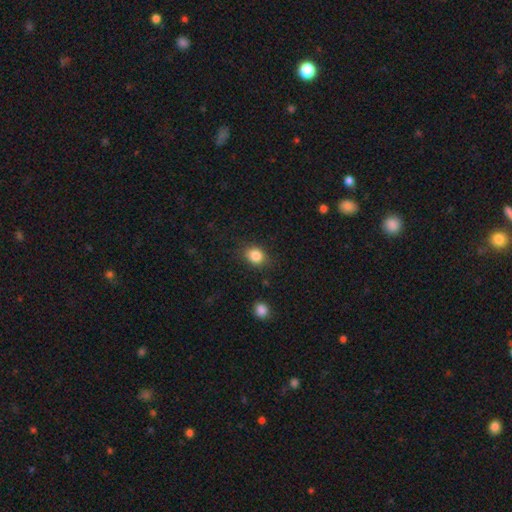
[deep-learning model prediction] smooth-or-featured: smooth: 85% | star or artifact: 10% | featured or disk: 5%
  how-rounded: round: 60% | in between: 39% | cigar-shaped: 1%
  merging: none: 82% | minor disturbance: 12% | major disturbance: 4% | merger: 2%